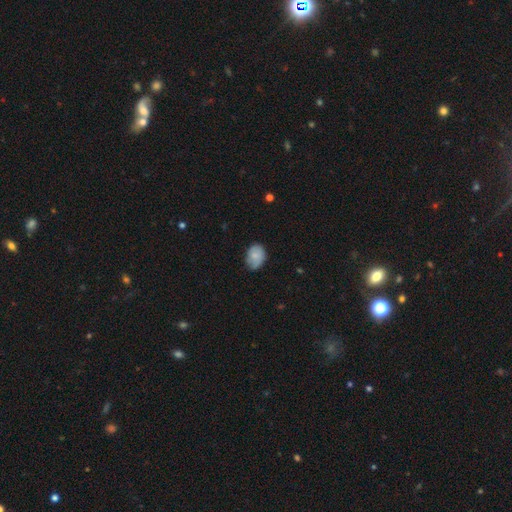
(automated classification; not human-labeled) smooth_or_featured: smooth (p=0.72) [alt: featured or disk p=0.21]
how_rounded: in between (p=0.73) [alt: round p=0.26]
merging: none (p=0.54) [alt: minor disturbance p=0.36]